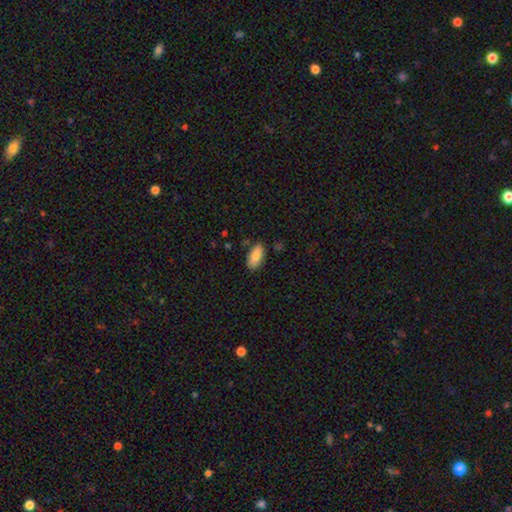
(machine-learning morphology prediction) Smooth or featured: smooth — 85% (featured or disk — 9%)
How rounded: in between — 89% (cigar-shaped — 9%)
Merging: none — 81% (minor disturbance — 14%)